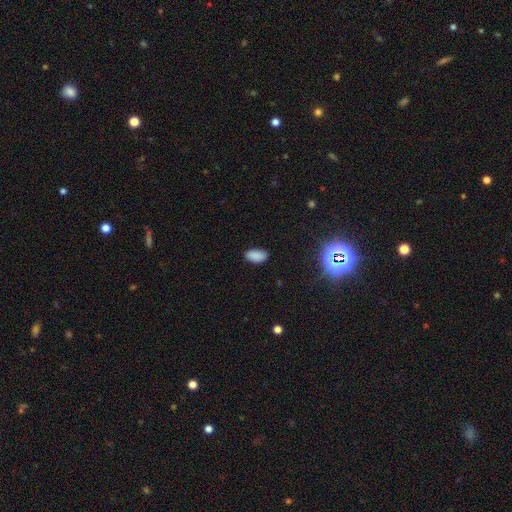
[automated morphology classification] This is clearly a smooth galaxy (85%). How rounded: clearly in between (94%). Merging: clearly none (82%).